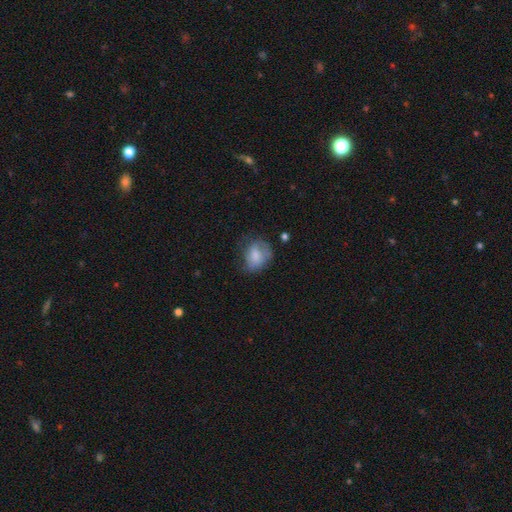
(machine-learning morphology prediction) smooth_or_featured: smooth (p=0.73) [alt: featured or disk p=0.18]
how_rounded: in between (p=0.55) [alt: round p=0.43]
merging: none (p=0.51) [alt: minor disturbance p=0.30]